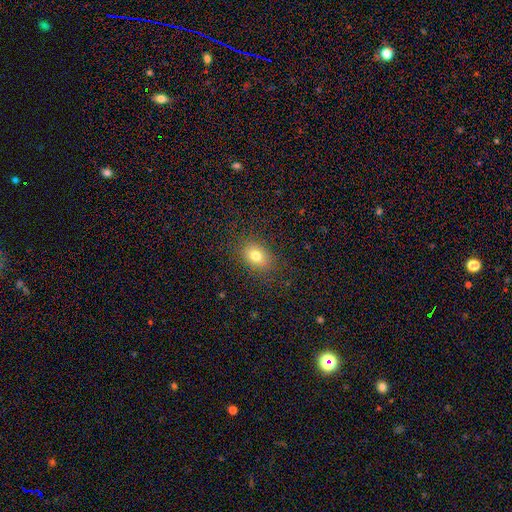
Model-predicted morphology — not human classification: A smooth galaxy with no disk features (78%) that is in between round and cigar-shaped (72%).

Vote fractions:
- Smooth or featured? smooth: 78% / star or artifact: 12% / featured or disk: 10%
- How rounded? in between: 72% / round: 27% / cigar-shaped: 1%
- Merging? none: 84% / minor disturbance: 11% / major disturbance: 4% / merger: 1%